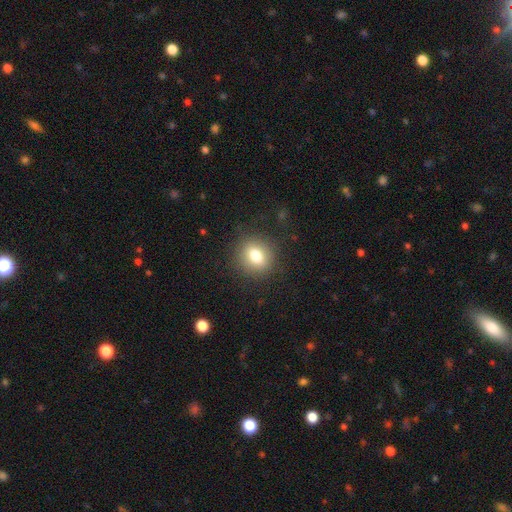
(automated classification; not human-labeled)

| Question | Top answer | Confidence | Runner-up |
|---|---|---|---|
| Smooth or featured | smooth | 77% | star or artifact (12%) |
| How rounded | round | 71% | in between (28%) |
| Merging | none | 87% | minor disturbance (8%) |